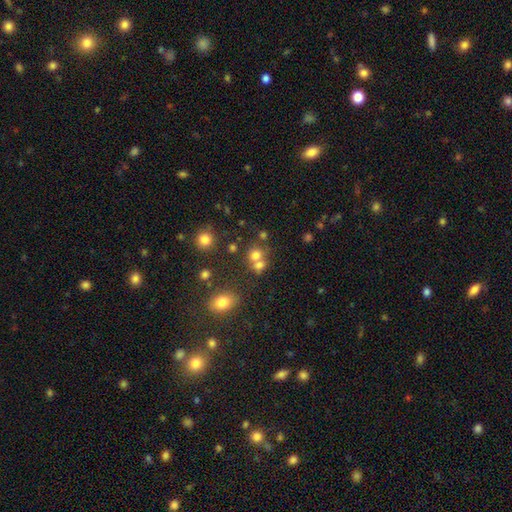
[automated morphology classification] Smooth or featured? Predicted: smooth (p=0.71). How rounded? Predicted: round (p=0.78). Merging? Predicted: merger (p=0.45).